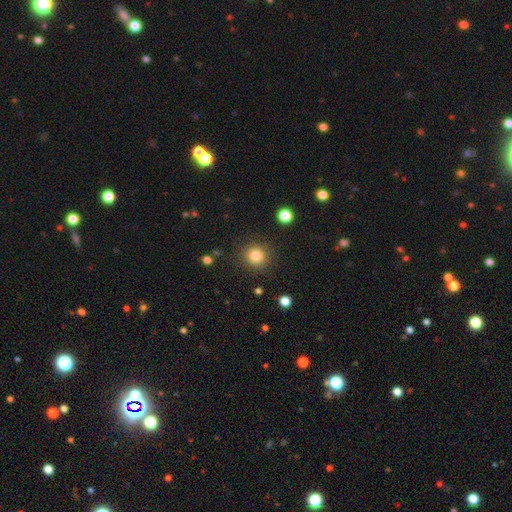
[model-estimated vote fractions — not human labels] A smooth galaxy with no disk features (83%) that is round (92%). Merging: none (88%).